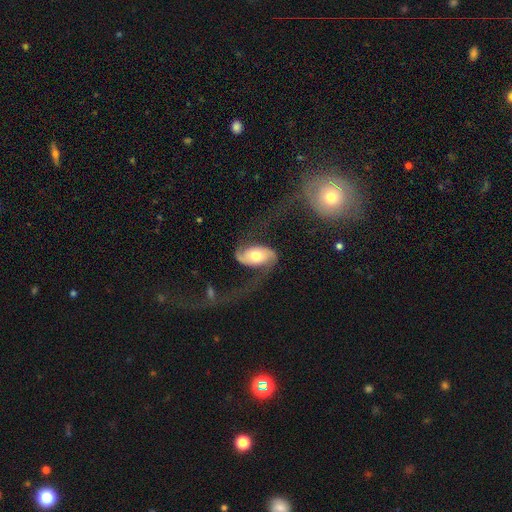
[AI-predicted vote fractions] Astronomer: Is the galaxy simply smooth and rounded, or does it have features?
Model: featured or disk — 74%.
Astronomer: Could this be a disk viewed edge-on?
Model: no — 95%.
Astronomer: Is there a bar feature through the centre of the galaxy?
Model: no — 61%.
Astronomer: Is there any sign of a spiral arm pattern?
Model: yes — 91%.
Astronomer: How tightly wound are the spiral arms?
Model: loose — 67%.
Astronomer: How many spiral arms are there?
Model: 2 — 89%.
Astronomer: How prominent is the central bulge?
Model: moderate — 70%.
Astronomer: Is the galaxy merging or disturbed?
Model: none — 48% (runner-up: major disturbance, 33%).